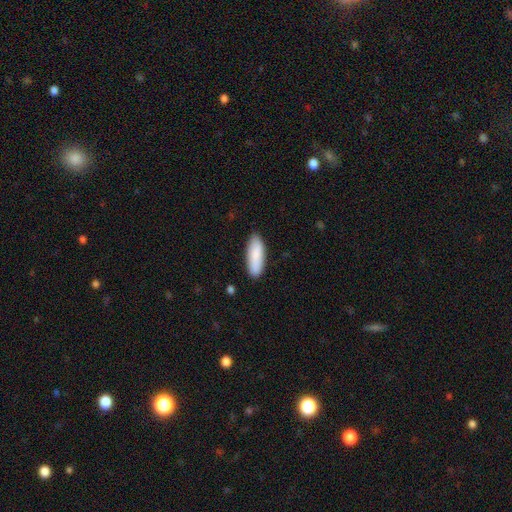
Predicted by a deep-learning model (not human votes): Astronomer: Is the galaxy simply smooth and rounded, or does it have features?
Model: smooth — 87%.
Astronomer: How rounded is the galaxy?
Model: in between — 63%.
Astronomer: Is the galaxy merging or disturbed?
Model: none — 87%.